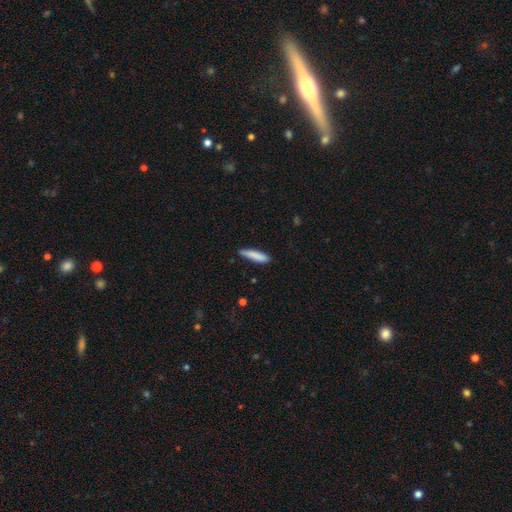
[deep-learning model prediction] Smooth or featured?
  - smooth: 84% *
  - featured or disk: 10%
  - star or artifact: 6%
How rounded?
  - cigar-shaped: 84% *
  - in between: 15%
  - round: 1%
Merging?
  - none: 79% *
  - minor disturbance: 17%
  - major disturbance: 3%
  - merger: 2%